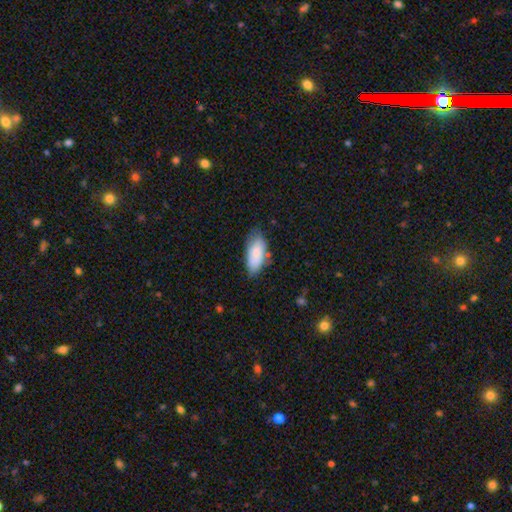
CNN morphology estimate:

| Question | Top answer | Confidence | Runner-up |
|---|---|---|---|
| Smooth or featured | smooth | 84% | featured or disk (10%) |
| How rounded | in between | 89% | cigar-shaped (9%) |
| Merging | none | 65% | minor disturbance (27%) |